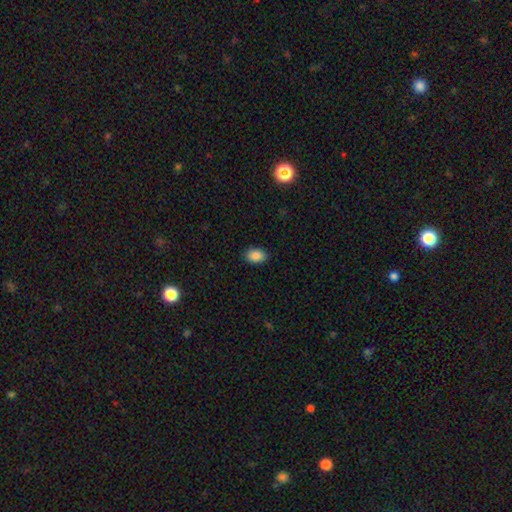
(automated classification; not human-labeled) smooth 87%, star or artifact 8%, featured or disk 4%. Down the decision tree: how rounded — in between (82%); merging — none (89%).